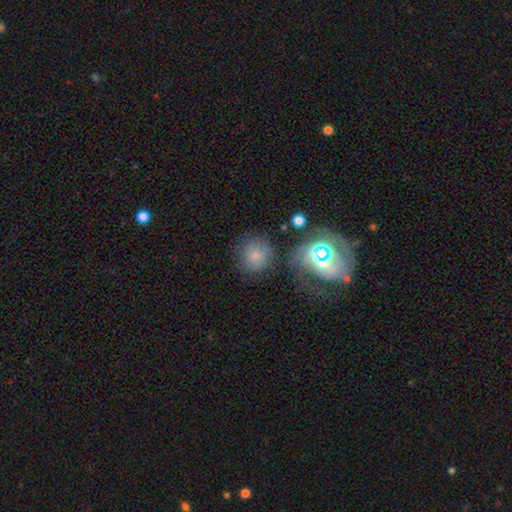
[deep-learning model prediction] smooth-or-featured: smooth: 69% | star or artifact: 17% | featured or disk: 14%
  how-rounded: round: 88% | in between: 11% | cigar-shaped: 1%
  merging: none: 69% | minor disturbance: 16% | major disturbance: 9% | merger: 7%